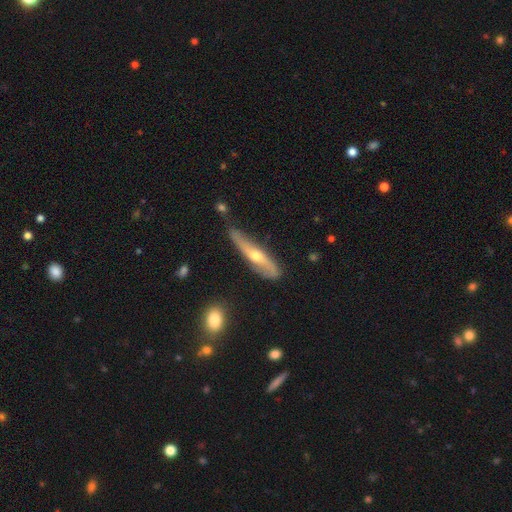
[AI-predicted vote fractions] smooth_or_featured: featured or disk (p=0.67) [alt: smooth p=0.27]
disk_edge_on: yes (p=0.61) [alt: no p=0.39]
merging: none (p=0.52) [alt: minor disturbance p=0.35]